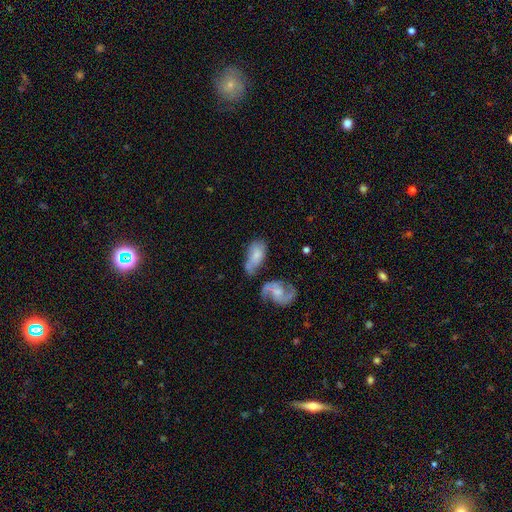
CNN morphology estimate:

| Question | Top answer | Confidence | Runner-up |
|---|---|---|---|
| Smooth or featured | smooth | 59% | featured or disk (33%) |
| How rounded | in between | 89% | round (5%) |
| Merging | none | 33% | minor disturbance (26%) |